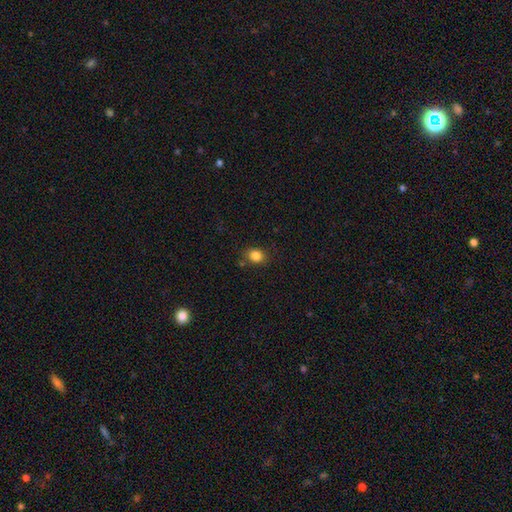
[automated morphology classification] Smooth or featured? smooth (84%)
How rounded? round (58%)
Merging? none (81%)